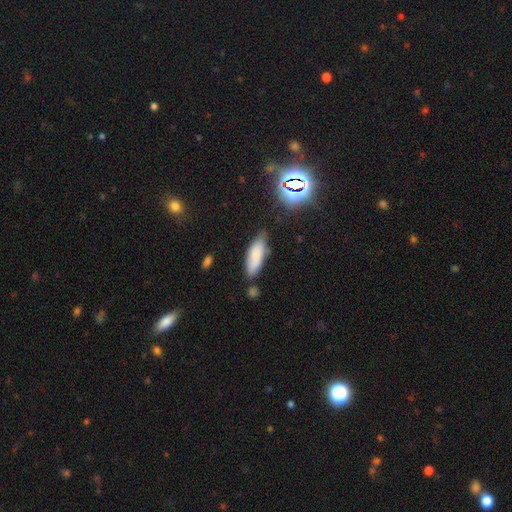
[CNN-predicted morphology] smooth_or_featured: smooth (p=0.76) [alt: featured or disk p=0.15]
how_rounded: in between (p=0.62) [alt: cigar-shaped p=0.36]
merging: none (p=0.66) [alt: minor disturbance p=0.24]